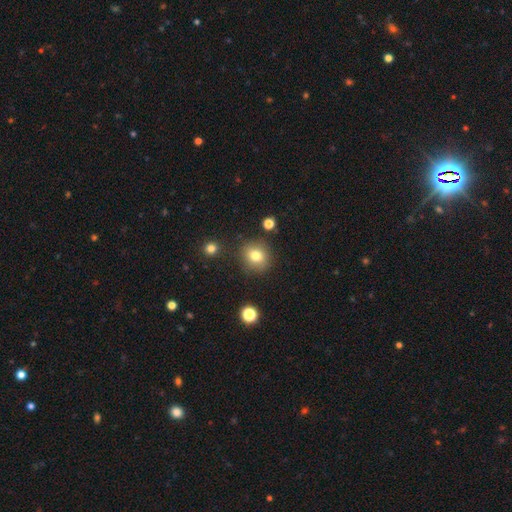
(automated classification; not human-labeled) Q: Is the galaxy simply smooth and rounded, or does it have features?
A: smooth — 79%.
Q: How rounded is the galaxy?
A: round — 82%.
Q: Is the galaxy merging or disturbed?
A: none — 84%.